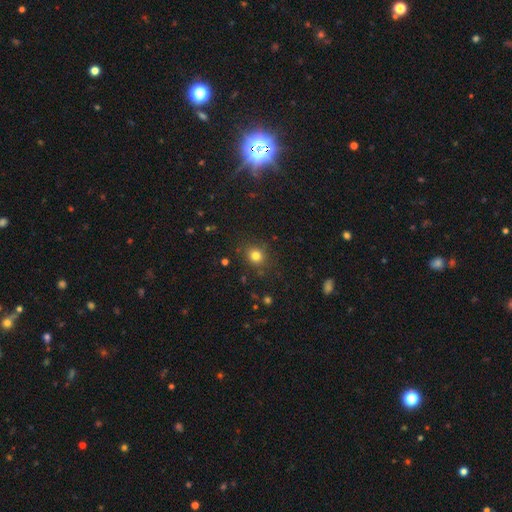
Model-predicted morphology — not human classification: smooth 80%, star or artifact 14%, featured or disk 6%. Down the decision tree: how rounded — round (82%); merging — none (85%).